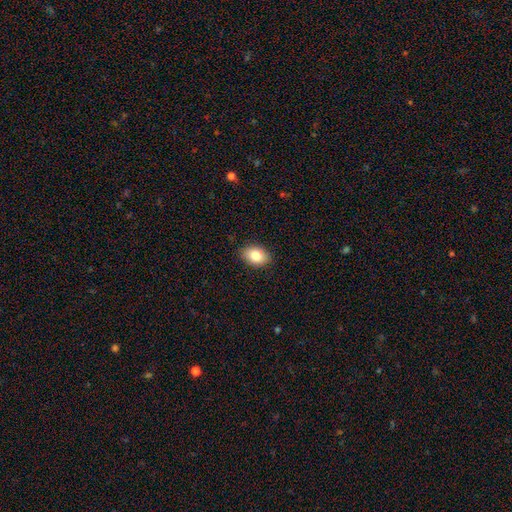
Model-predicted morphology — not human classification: Smooth or featured: smooth — 83% (featured or disk — 8%)
How rounded: in between — 78% (round — 21%)
Merging: none — 88% (minor disturbance — 9%)